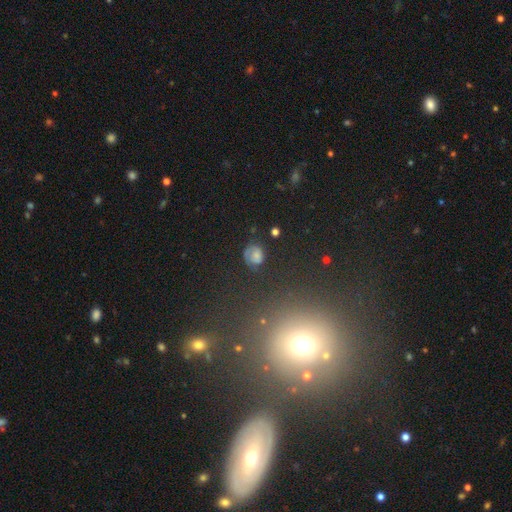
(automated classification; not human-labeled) Overall: smooth (63%). How rounded: round (74%). Merging: none (63%).